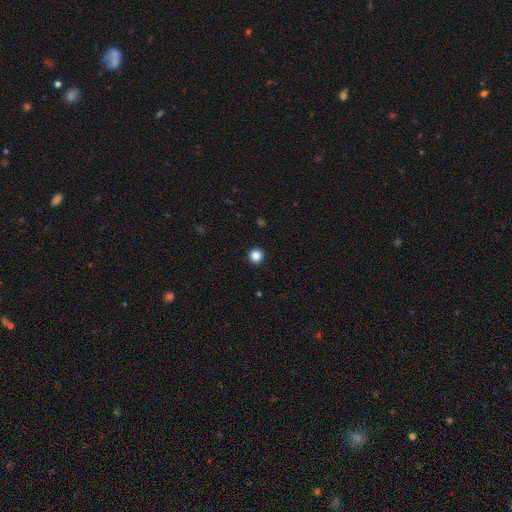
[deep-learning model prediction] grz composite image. It shows a smooth galaxy with no disk features (86%) that is round (95%). Merging: none (93%).